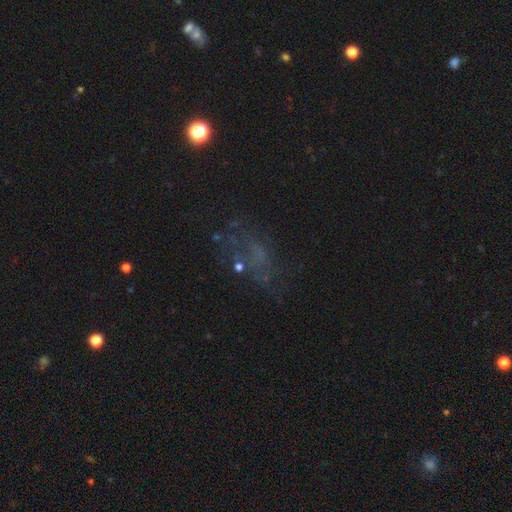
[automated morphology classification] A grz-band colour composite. It shows a featured or disk galaxy (39%). Merging: none (50%).